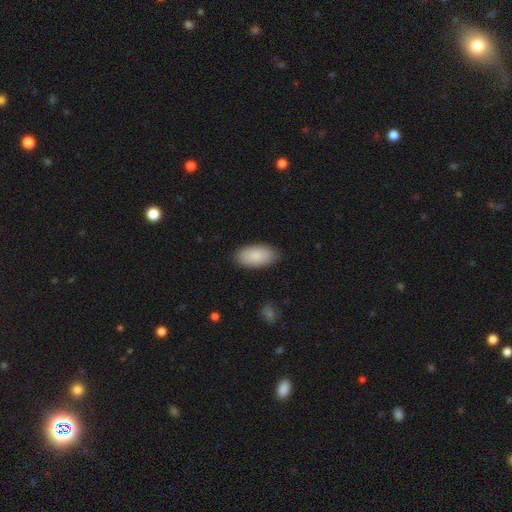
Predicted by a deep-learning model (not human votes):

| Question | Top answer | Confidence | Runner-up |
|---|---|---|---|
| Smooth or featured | smooth | 87% | featured or disk (7%) |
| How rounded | in between | 94% | cigar-shaped (4%) |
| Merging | none | 86% | minor disturbance (10%) |